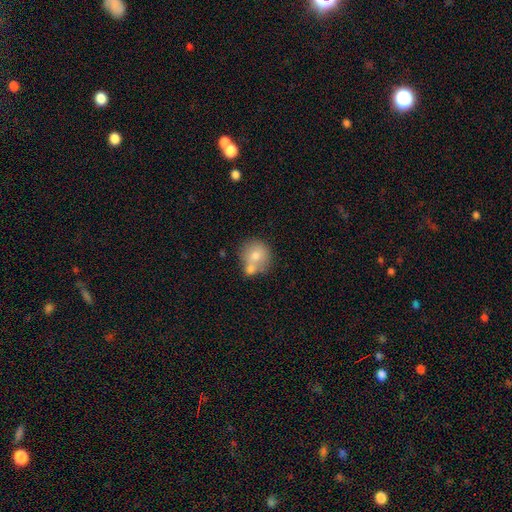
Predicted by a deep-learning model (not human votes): smooth_or_featured: smooth (p=0.74) [alt: featured or disk p=0.18]
how_rounded: round (p=0.84) [alt: in between p=0.15]
merging: none (p=0.43) [alt: merger p=0.41]